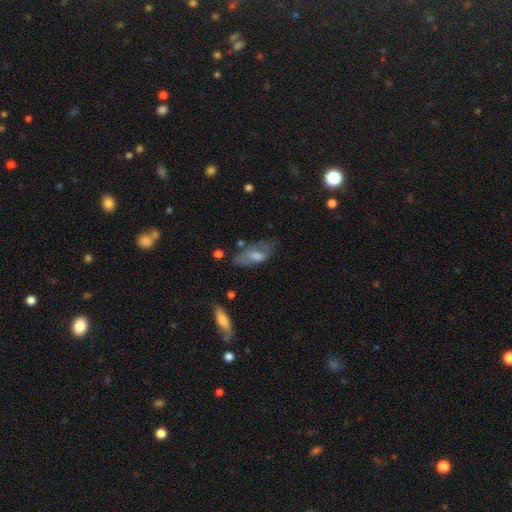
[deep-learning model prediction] Q: Smooth or featured?
A: smooth (51%); runner-up: featured or disk (40%)
Q: How rounded?
A: in between (79%); runner-up: cigar-shaped (18%)
Q: Merging?
A: none (54%); runner-up: minor disturbance (27%)